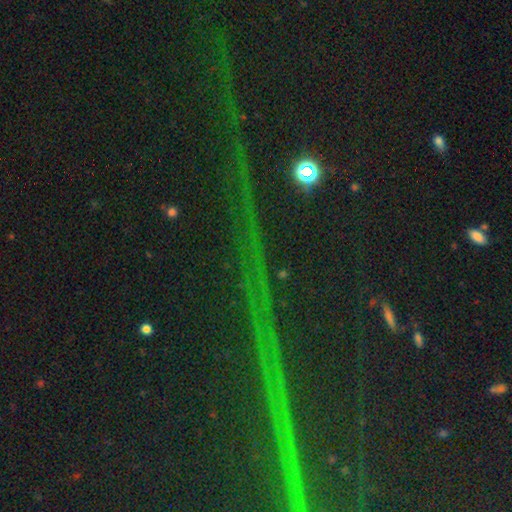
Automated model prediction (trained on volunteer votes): This is clearly a star or artifact rather than a galaxy (86%).